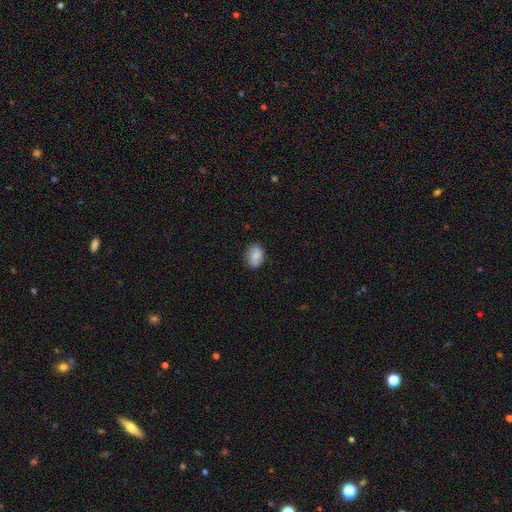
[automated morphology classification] This appears to be a smooth galaxy with no disk features (75%) that is in between round and cigar-shaped (65%). Merging: none (81%).